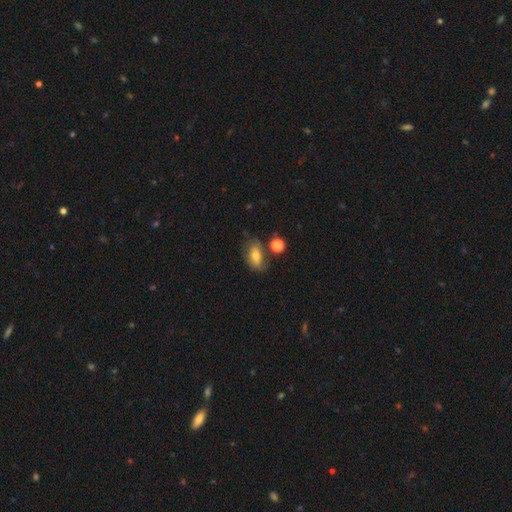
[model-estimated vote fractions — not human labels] This is likely a smooth galaxy (67%). How rounded: clearly in between (84%). Merging: likely none (64%).